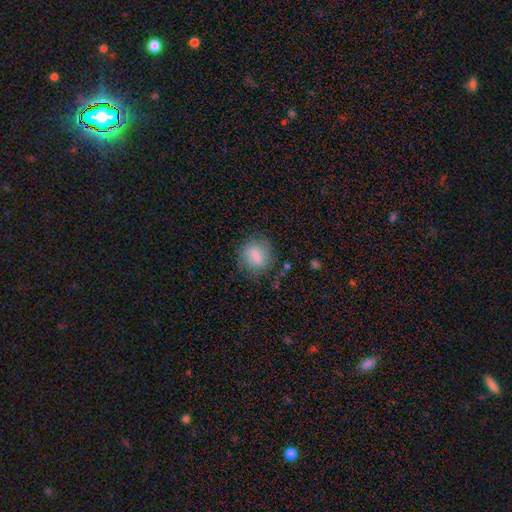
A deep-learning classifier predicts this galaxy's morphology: Smooth or featured?
  - smooth: 75% *
  - featured or disk: 17%
  - star or artifact: 8%
How rounded?
  - round: 63% *
  - in between: 35%
  - cigar-shaped: 2%
Merging?
  - none: 71% *
  - minor disturbance: 18%
  - major disturbance: 9%
  - merger: 2%